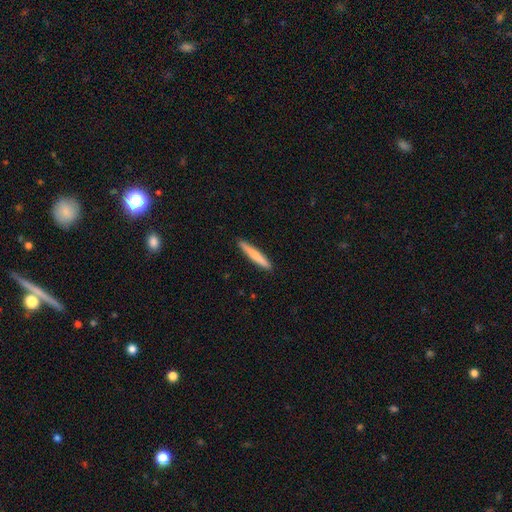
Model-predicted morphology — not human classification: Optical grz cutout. It shows a smooth galaxy with no disk features (73%) that is cigar-shaped (95%). Merging: none (91%).